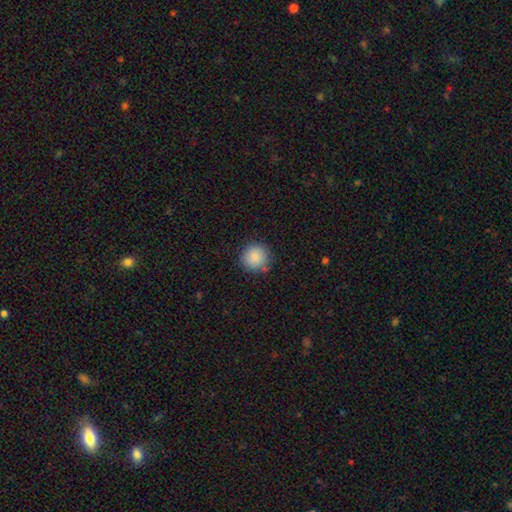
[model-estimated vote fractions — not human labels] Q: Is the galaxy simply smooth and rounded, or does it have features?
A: smooth — 88%.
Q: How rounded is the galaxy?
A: round — 94%.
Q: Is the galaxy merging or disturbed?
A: none — 84%.